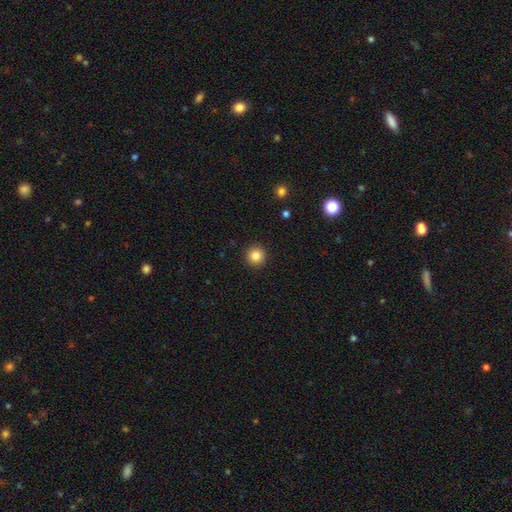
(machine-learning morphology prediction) The model was most divided on "smooth or featured": smooth: 85%, star or artifact: 11%, featured or disk: 4%. More confident: how rounded — round (95%); merging — none (93%).